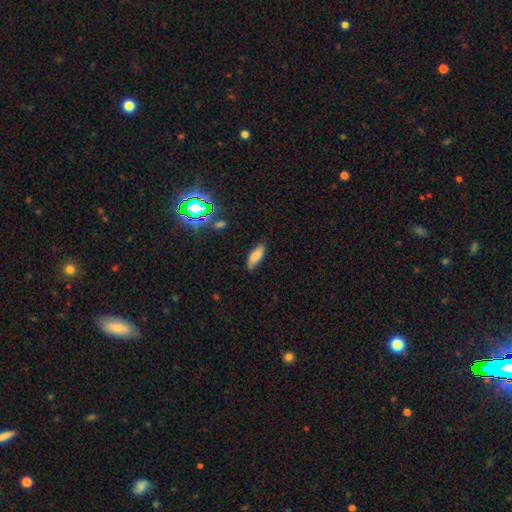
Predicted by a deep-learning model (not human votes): This appears to be a smooth galaxy with no disk features (74%) that is in between round and cigar-shaped (72%). Merging: none (75%).